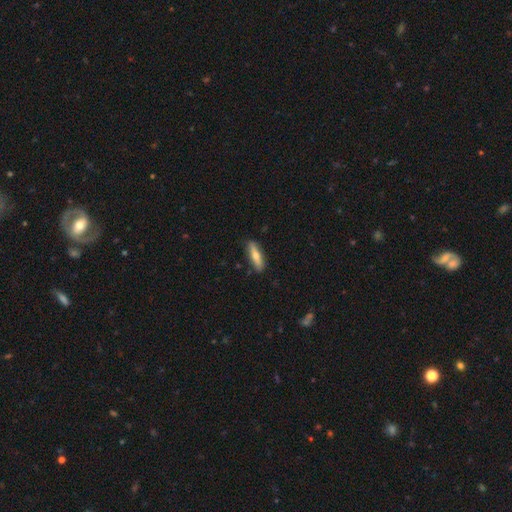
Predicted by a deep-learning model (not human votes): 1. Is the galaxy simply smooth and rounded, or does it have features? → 59% smooth, 35% featured or disk, 6% star or artifact.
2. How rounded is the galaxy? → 71% cigar-shaped, 27% in between, 2% round.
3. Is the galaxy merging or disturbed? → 86% none, 11% minor disturbance, 2% major disturbance, 1% merger.